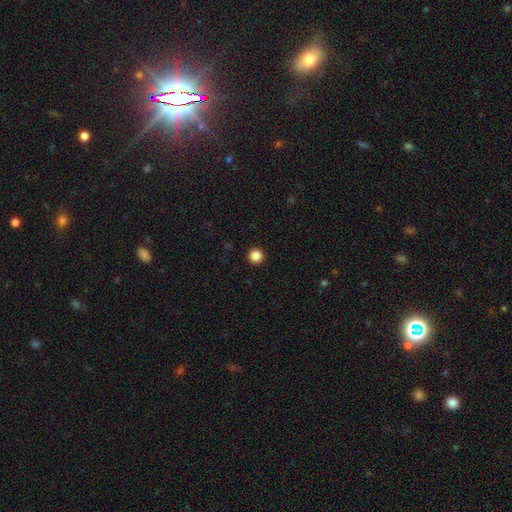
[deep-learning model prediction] A smooth galaxy with no disk features (86%) that is round (96%). Merging: none (94%).